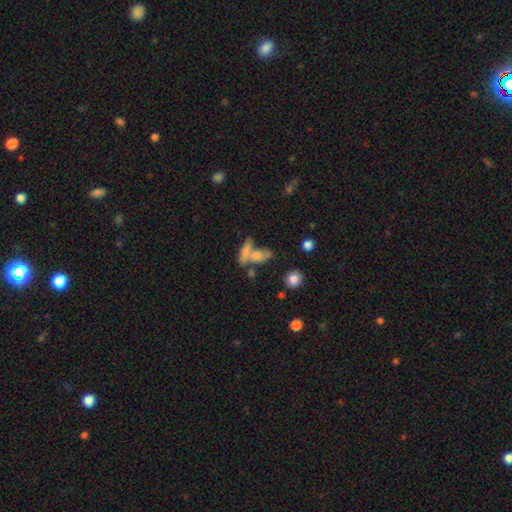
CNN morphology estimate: smooth 65%, featured or disk 23%, star or artifact 12%. Down the decision tree: how rounded — in between (61%); merging — merger (51%).